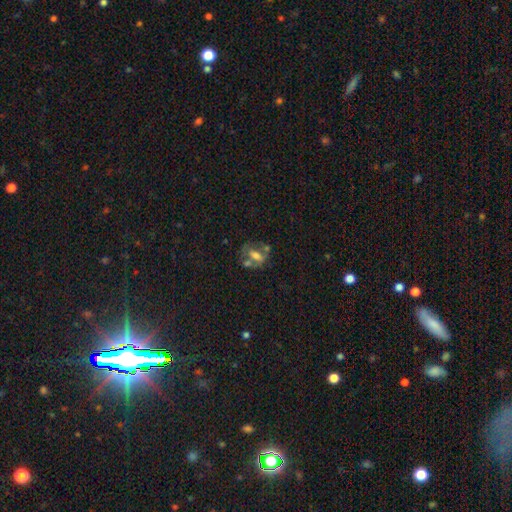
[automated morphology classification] Smooth or featured: featured or disk — 43% (tied with smooth — 43%)
Merging: none — 36% (merger — 29%)